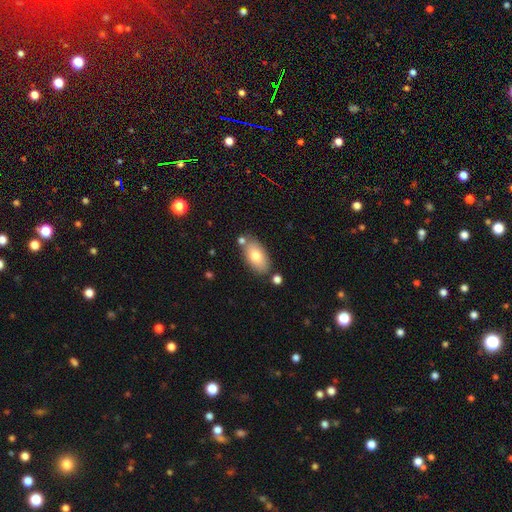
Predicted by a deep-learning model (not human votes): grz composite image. It shows a smooth galaxy with no disk features (76%) that is in between round and cigar-shaped (93%). Merging: none (76%).